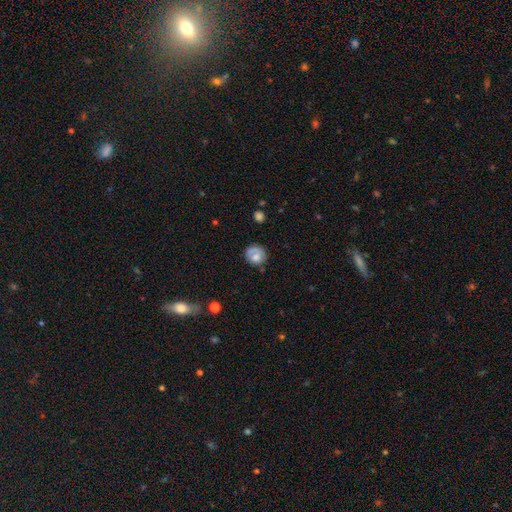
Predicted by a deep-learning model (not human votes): Q: Smooth or featured?
A: smooth (66%); runner-up: featured or disk (25%)
Q: How rounded?
A: round (81%); runner-up: in between (18%)
Q: Merging?
A: none (62%); runner-up: minor disturbance (23%)